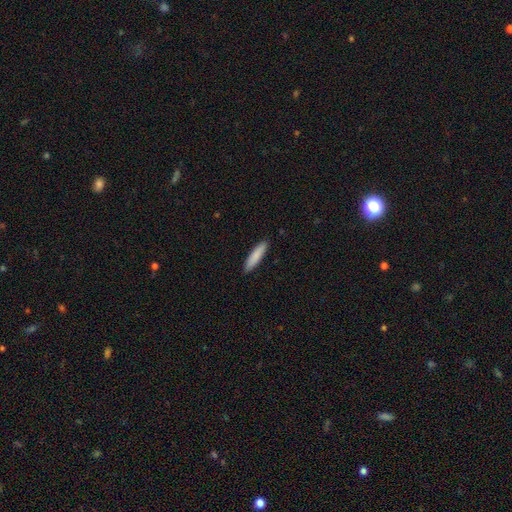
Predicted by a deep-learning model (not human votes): Smooth or featured?
  - smooth: 86% *
  - featured or disk: 9%
  - star or artifact: 5%
How rounded?
  - cigar-shaped: 80% *
  - in between: 19%
  - round: 1%
Merging?
  - none: 90% *
  - minor disturbance: 8%
  - major disturbance: 2%
  - merger: 1%